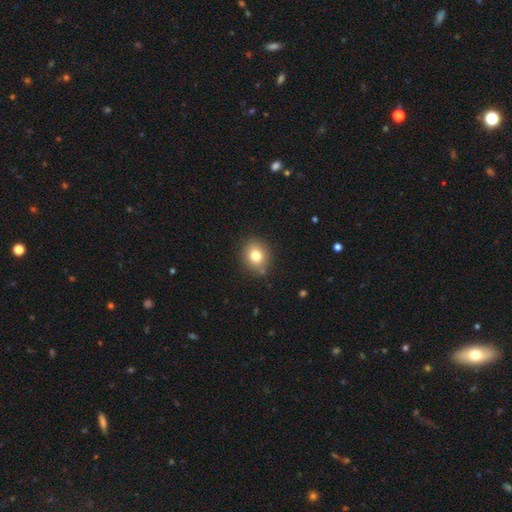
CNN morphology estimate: type=smooth (78%); roundness=round (66%); merging=none (85%).